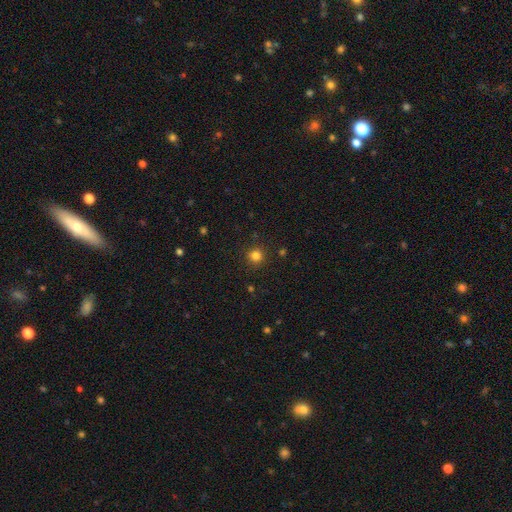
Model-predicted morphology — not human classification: Overall: smooth (81%). How rounded: round (94%). Merging: none (90%).